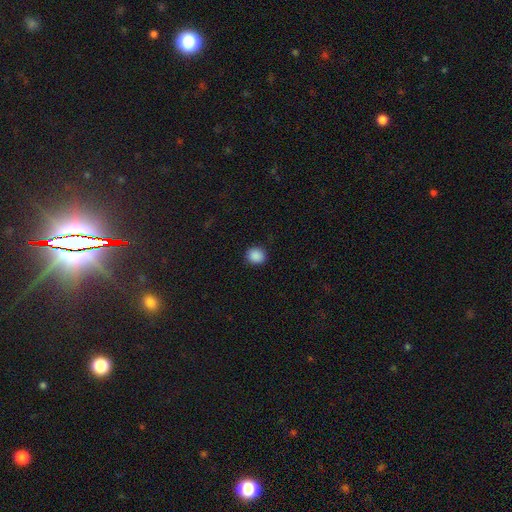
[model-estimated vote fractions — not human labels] Smooth or featured?
  - smooth: 89% *
  - star or artifact: 9%
  - featured or disk: 2%
How rounded?
  - round: 83% *
  - in between: 17%
  - cigar-shaped: 1%
Merging?
  - none: 91% *
  - minor disturbance: 6%
  - major disturbance: 2%
  - merger: 1%